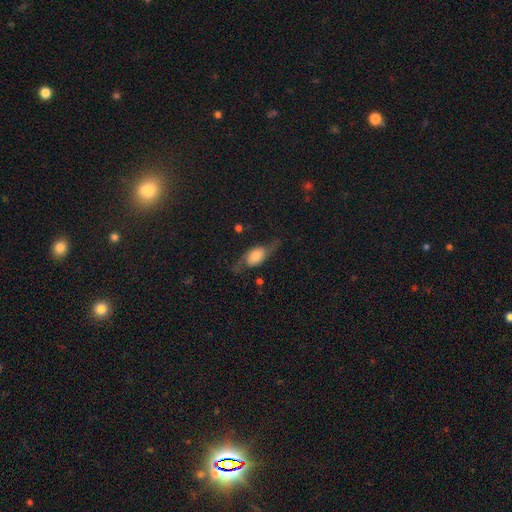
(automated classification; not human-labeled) featured or disk 50%, smooth 42%, star or artifact 8%. Down the decision tree: edge-on disk — no (67%); merging — none (59%).